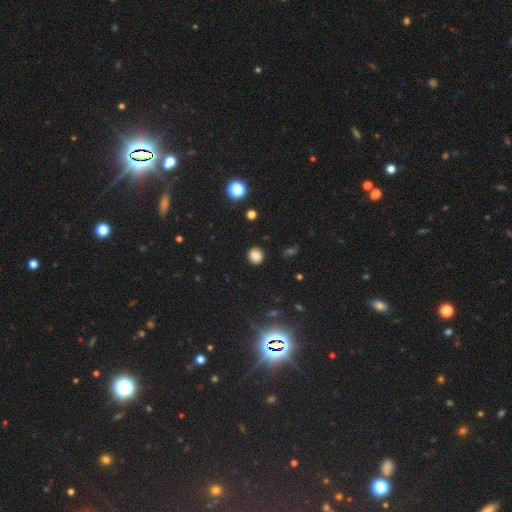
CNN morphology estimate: A smooth galaxy with no disk features (82%) that is round (86%). Merging: none (89%).